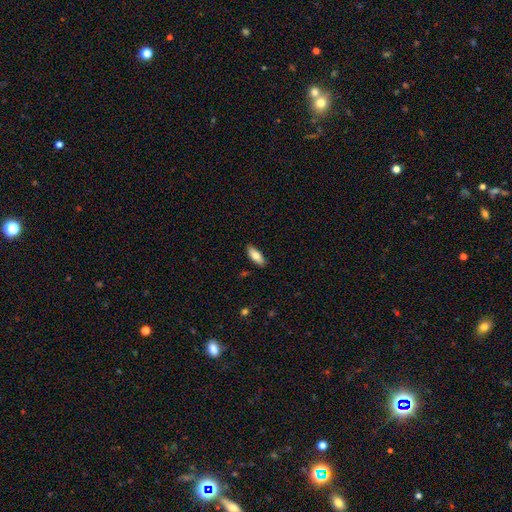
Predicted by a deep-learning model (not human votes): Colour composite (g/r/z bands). It shows a smooth galaxy with no disk features (78%) that is in between round and cigar-shaped (80%). Merging: none (87%).